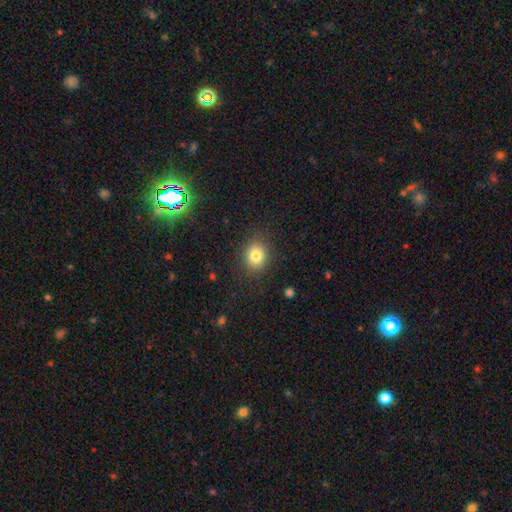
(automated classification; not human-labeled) Overall: smooth (81%). How rounded: round (59%; in between 40%). Merging: none (86%).